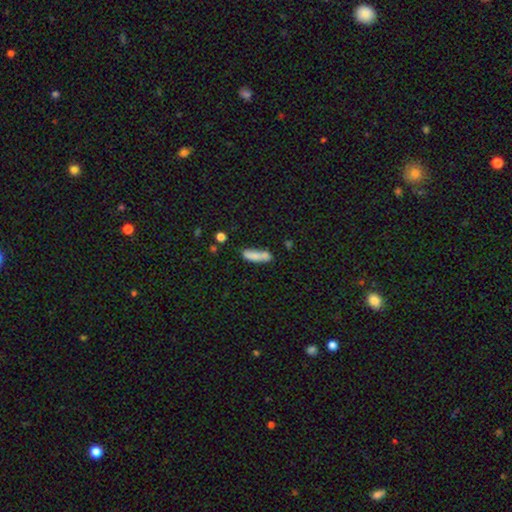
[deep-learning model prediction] Smooth or featured: smooth — 78% (featured or disk — 14%)
How rounded: cigar-shaped — 55% (in between — 42%)
Merging: none — 52% (minor disturbance — 21%)